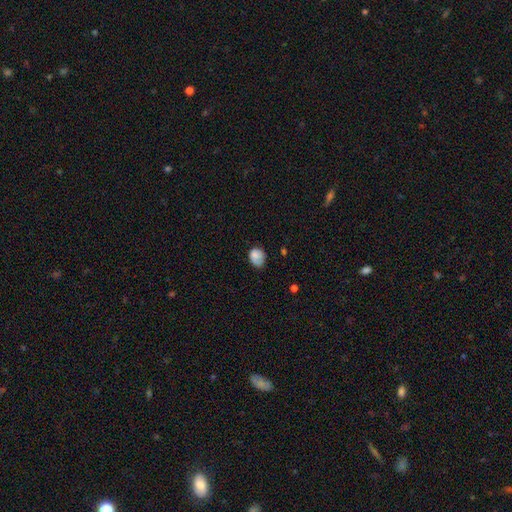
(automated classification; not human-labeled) smooth 81%, featured or disk 11%, star or artifact 8%. Down the decision tree: how rounded — round (54%); merging — none (54%).